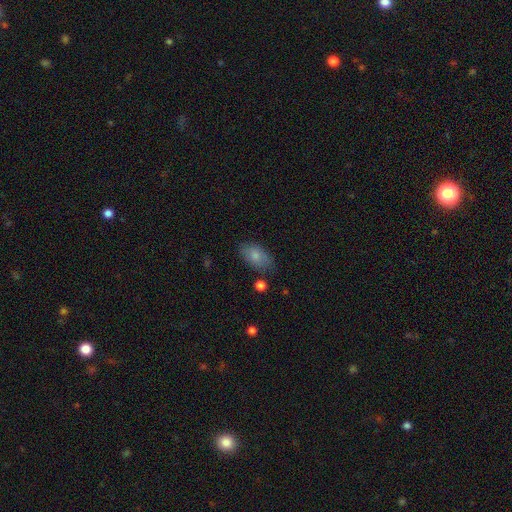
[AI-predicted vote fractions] Smooth or featured: smooth — 81% (featured or disk — 12%)
How rounded: in between — 92% (round — 6%)
Merging: none — 75% (minor disturbance — 17%)